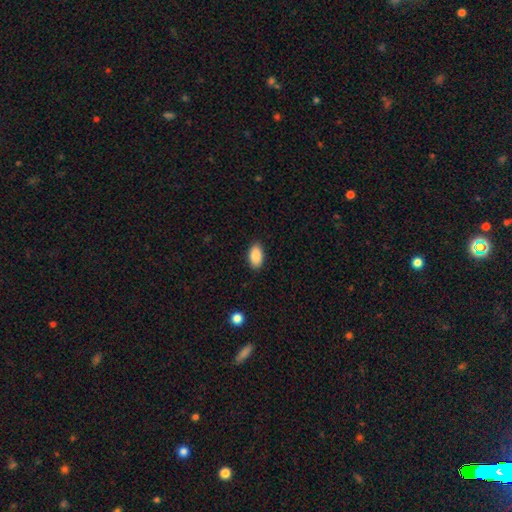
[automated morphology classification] The model was most divided on "merging": none: 88%, minor disturbance: 9%, major disturbance: 2%, merger: 1%. More confident: how rounded — in between (94%); smooth or featured — smooth (89%).